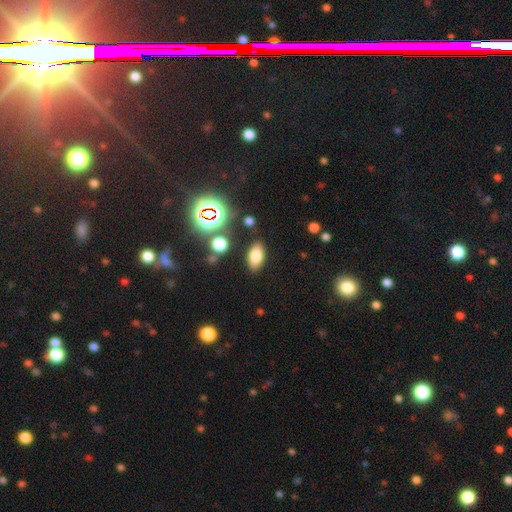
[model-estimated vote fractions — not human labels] Smooth or featured?
  - smooth: 73% *
  - star or artifact: 15%
  - featured or disk: 12%
How rounded?
  - in between: 90% *
  - round: 6%
  - cigar-shaped: 4%
Merging?
  - none: 85% *
  - minor disturbance: 10%
  - major disturbance: 3%
  - merger: 3%